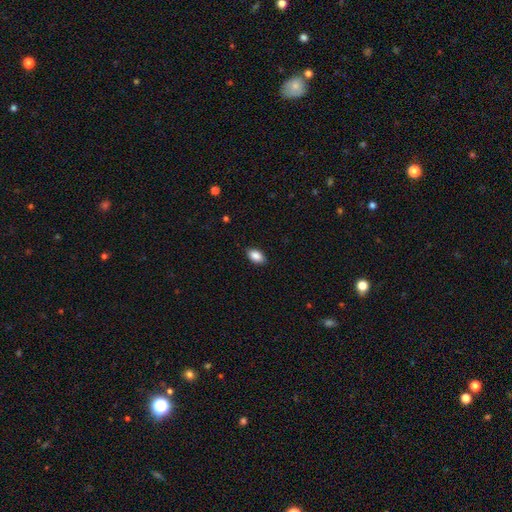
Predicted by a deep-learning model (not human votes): This is clearly a smooth galaxy (88%). How rounded: clearly in between (92%). Merging: clearly none (87%).